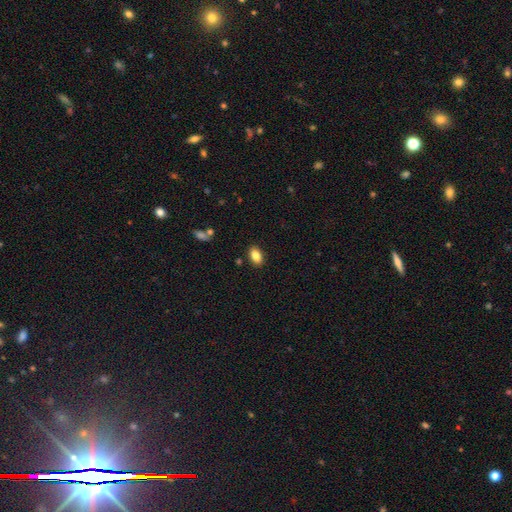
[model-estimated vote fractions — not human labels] This is clearly a smooth galaxy (85%). How rounded: clearly in between (89%). Merging: clearly none (87%).